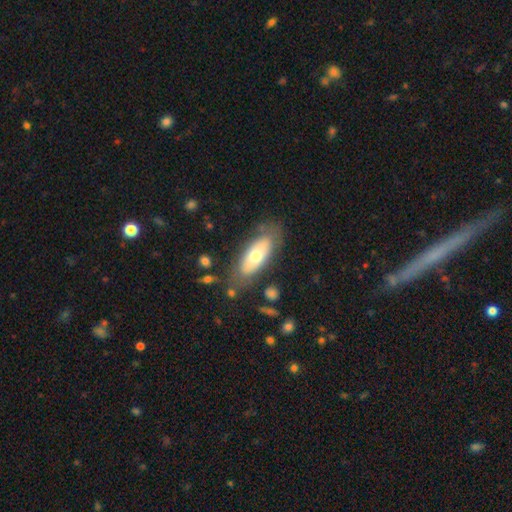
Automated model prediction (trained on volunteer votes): This is possibly a smooth galaxy (57%). How rounded: likely in between (76%). Merging: likely none (76%).